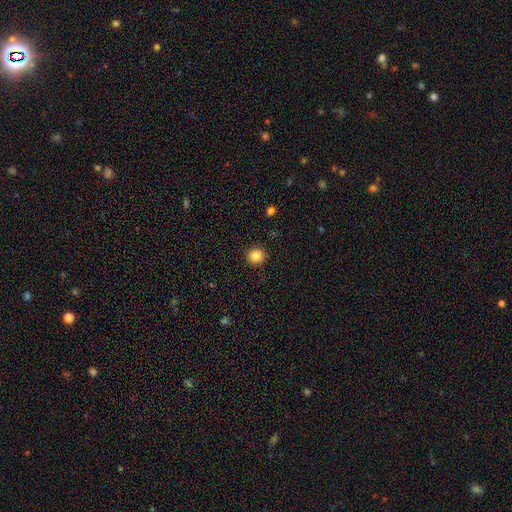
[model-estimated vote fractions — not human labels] Overall: smooth (85%). How rounded: round (92%). Merging: none (92%).